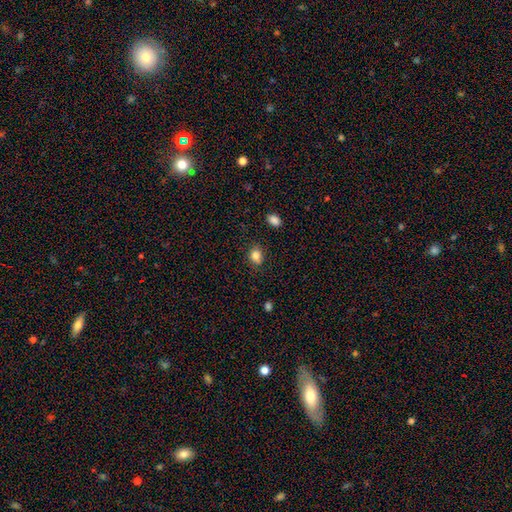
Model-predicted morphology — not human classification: smooth 83%, star or artifact 11%, featured or disk 6%. Down the decision tree: how rounded — round (55%); merging — none (79%).